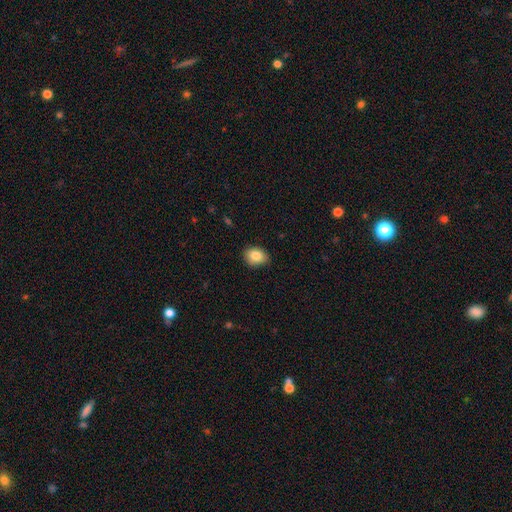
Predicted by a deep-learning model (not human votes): This appears to be a smooth galaxy with no disk features (85%) that is in between round and cigar-shaped (56%). Merging: none (80%).